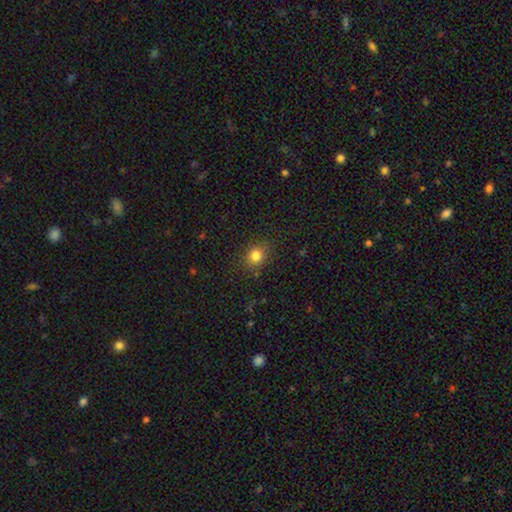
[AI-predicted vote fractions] The model was most divided on "how rounded": round: 76%, in between: 23%, cigar-shaped: 1%. More confident: merging — none (86%); smooth or featured — smooth (81%).